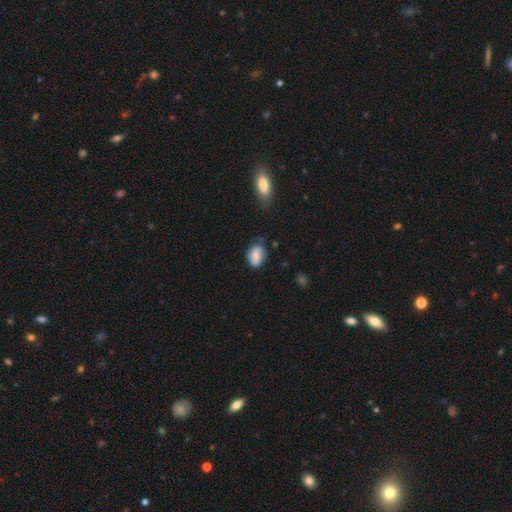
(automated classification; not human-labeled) Smooth or featured?
  - smooth: 61% *
  - featured or disk: 31%
  - star or artifact: 8%
How rounded?
  - in between: 74% *
  - round: 24%
  - cigar-shaped: 2%
Merging?
  - none: 64% *
  - minor disturbance: 26%
  - major disturbance: 7%
  - merger: 4%